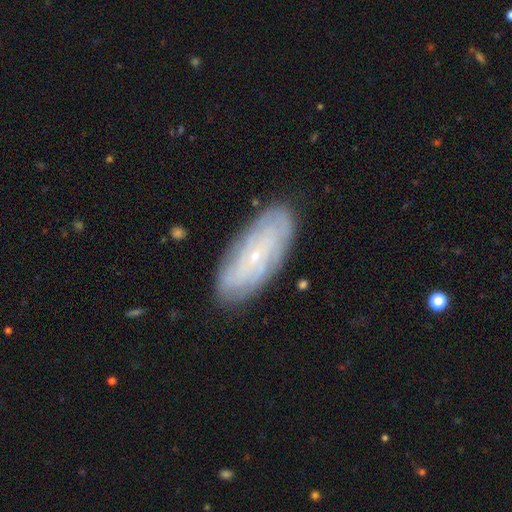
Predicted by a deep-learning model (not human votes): Smooth or featured?
  - featured or disk: 66% *
  - smooth: 27%
  - star or artifact: 7%
Edge-on disk?
  - no: 89% *
  - yes: 11%
Bar?
  - no: 77% *
  - weak: 18%
  - strong: 5%
Spiral arms?
  - yes: 81% *
  - no: 19%
Bulge size?
  - small: 88% *
  - moderate: 9%
  - none: 2%
  - large: 1%
  - dominant: 1%
Merging?
  - none: 84% *
  - minor disturbance: 12%
  - major disturbance: 3%
  - merger: 1%